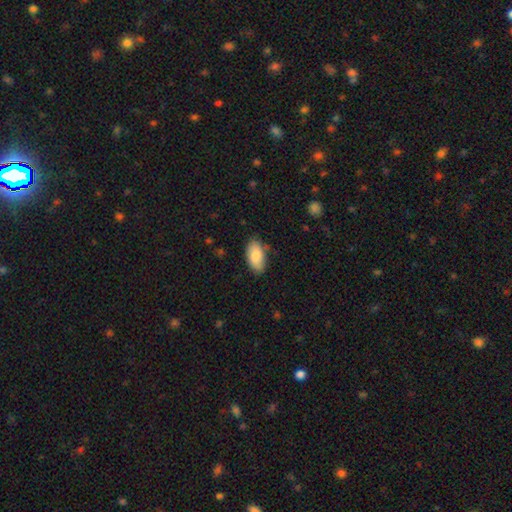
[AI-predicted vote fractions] smooth_or_featured: smooth (p=0.85) [alt: featured or disk p=0.09]
how_rounded: in between (p=0.94) [alt: cigar-shaped p=0.04]
merging: none (p=0.76) [alt: minor disturbance p=0.19]